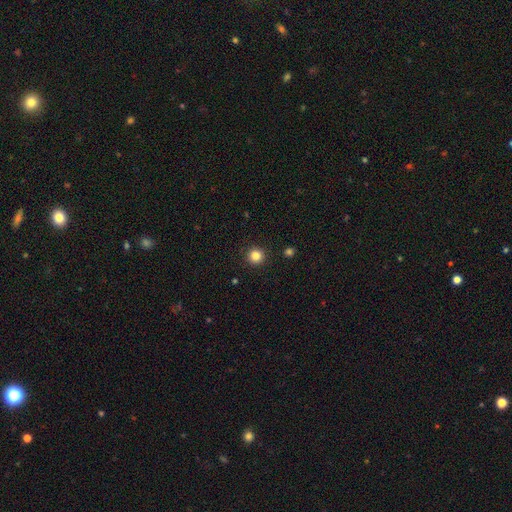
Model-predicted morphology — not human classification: This appears to be a smooth galaxy with no disk features (84%) that is round (95%). Merging: none (93%).